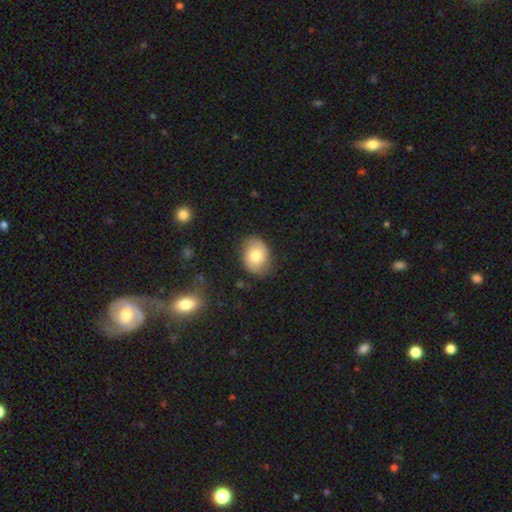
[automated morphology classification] The model was most divided on "how rounded": in between: 58%, round: 41%, cigar-shaped: 1%. More confident: merging — none (77%); smooth or featured — smooth (76%).